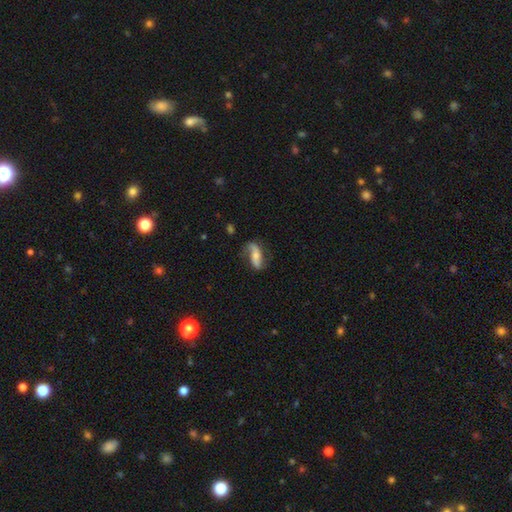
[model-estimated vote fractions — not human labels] smooth_or_featured: featured or disk (p=0.66) [alt: smooth p=0.28]
disk_edge_on: no (p=0.91) [alt: yes p=0.09]
bar: no (p=0.47) [alt: weak p=0.27]
has_spiral_arms: yes (p=0.90) [alt: no p=0.10]
spiral_winding: loose (p=0.66) [alt: medium p=0.24]
spiral_arm_count: 2 (p=0.84) [alt: 1 p=0.08]
bulge_size: small (p=0.46) [alt: moderate p=0.42]
merging: none (p=0.63) [alt: minor disturbance p=0.23]